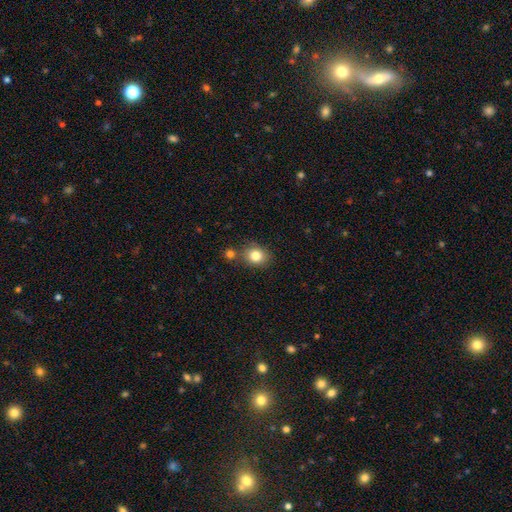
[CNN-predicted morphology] smooth 82%, star or artifact 10%, featured or disk 8%. Down the decision tree: how rounded — round (65%); merging — none (71%).